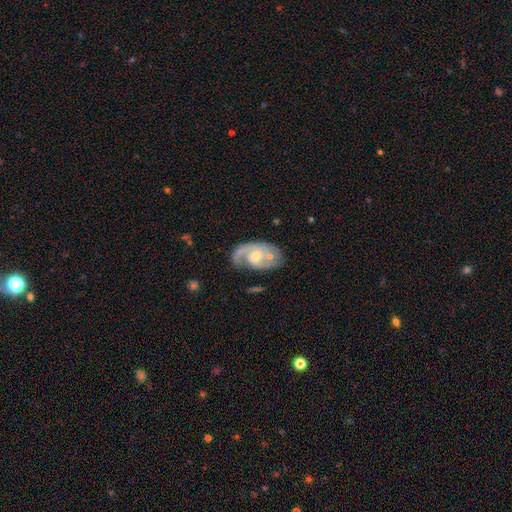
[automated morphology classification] A featured or disk galaxy (82%) with no bar (60%), 2 (54%) medium (47%) spiral arms (92%) and a moderate central bulge (51%). Merging: none (52%).